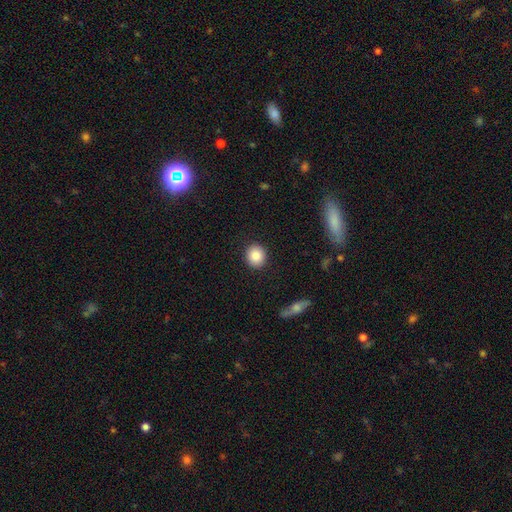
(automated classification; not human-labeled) smooth 87%, star or artifact 8%, featured or disk 5%. Down the decision tree: how rounded — round (83%); merging — none (91%).